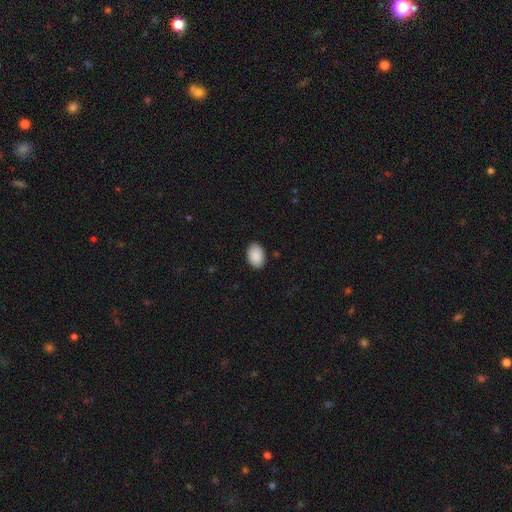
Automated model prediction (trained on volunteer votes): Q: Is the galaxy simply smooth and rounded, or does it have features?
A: smooth — 91%.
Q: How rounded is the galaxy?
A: in between — 88%.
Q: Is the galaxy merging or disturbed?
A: none — 88%.